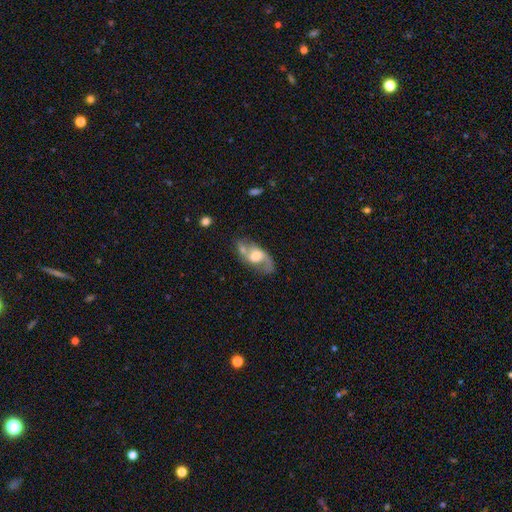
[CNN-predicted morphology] A featured or disk galaxy (72%) with no bar (47%), 2 (84%) loose (55%) spiral arms (85%) and a moderate central bulge (44%).

Vote fractions:
- Smooth or featured? featured or disk: 72% / smooth: 21% / star or artifact: 7%
- Edge-on disk? no: 92% / yes: 8%
- Bar? no: 47% / weak: 41% / strong: 12%
- Spiral arms? yes: 85% / no: 15%
- Spiral winding? loose: 55% / medium: 36% / tight: 9%
- Spiral arm count? 2: 84% / 1: 6% / can't tell: 6% / 3: 1% / 4: 1% / more than 4: 1%
- Bulge size? moderate: 44% / large: 32% / small: 15% / none: 6% / dominant: 3%
- Merging? none: 53% / minor disturbance: 21% / major disturbance: 14% / merger: 13%